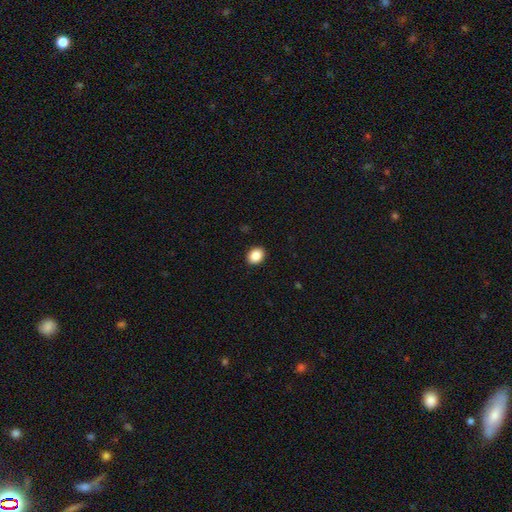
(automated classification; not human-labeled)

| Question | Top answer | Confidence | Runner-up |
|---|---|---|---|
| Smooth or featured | smooth | 88% | star or artifact (8%) |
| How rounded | in between | 54% | round (46%) |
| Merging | none | 91% | minor disturbance (6%) |